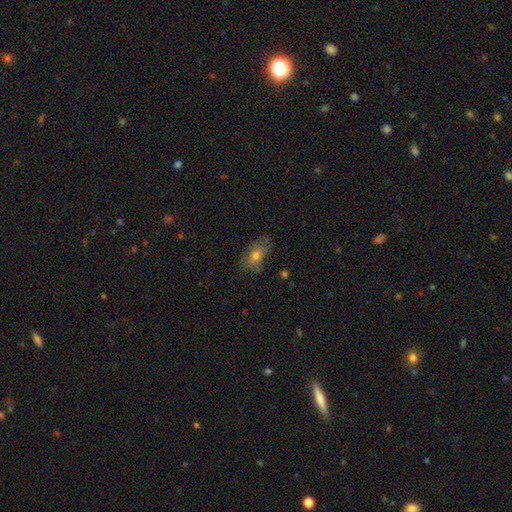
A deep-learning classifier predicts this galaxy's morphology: Smooth or featured? Predicted: smooth (p=0.68). How rounded? Predicted: in between (p=0.85). Merging? Predicted: none (p=0.58).